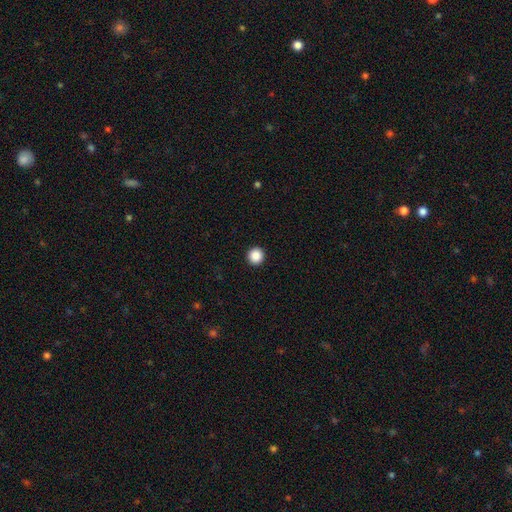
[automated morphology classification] A smooth galaxy with no disk features (88%) that is round (96%). Merging: none (94%).